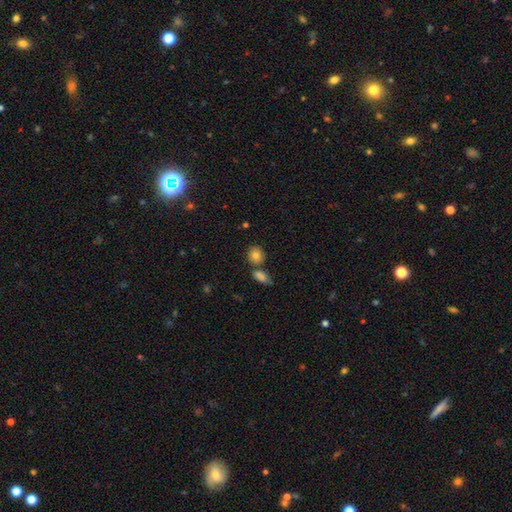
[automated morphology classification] smooth 85%, star or artifact 9%, featured or disk 7%. Down the decision tree: how rounded — round (77%); merging — none (65%).